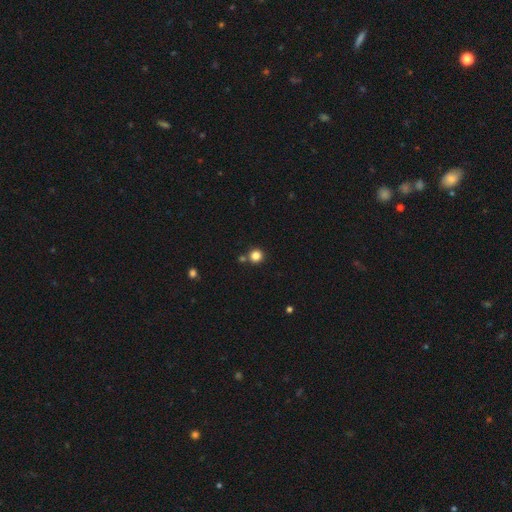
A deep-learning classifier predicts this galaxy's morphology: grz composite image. It shows a smooth galaxy with no disk features (83%) that is round (93%). Merging: none (79%).